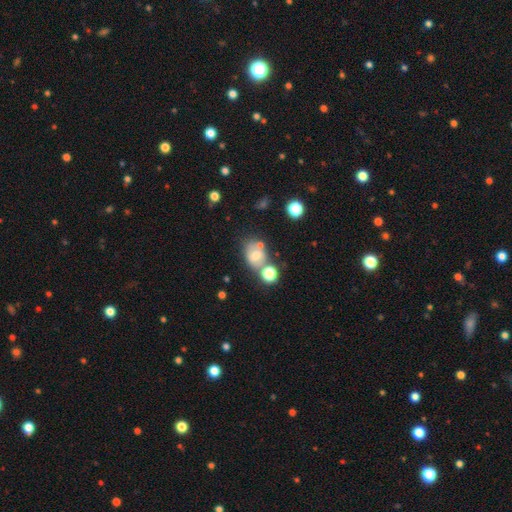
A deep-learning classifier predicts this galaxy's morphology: A smooth galaxy with no disk features (55%) that is in between round and cigar-shaped (62%). Merging: none (47%).